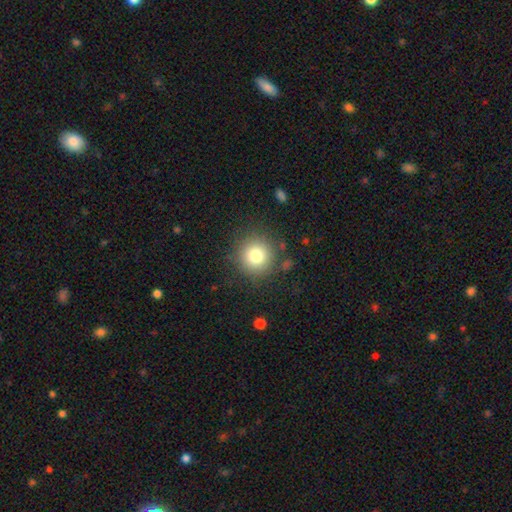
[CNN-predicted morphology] Smooth or featured?
  - smooth: 78% *
  - star or artifact: 12%
  - featured or disk: 9%
How rounded?
  - round: 95% *
  - in between: 4%
  - cigar-shaped: 1%
Merging?
  - none: 86% *
  - minor disturbance: 8%
  - major disturbance: 4%
  - merger: 2%